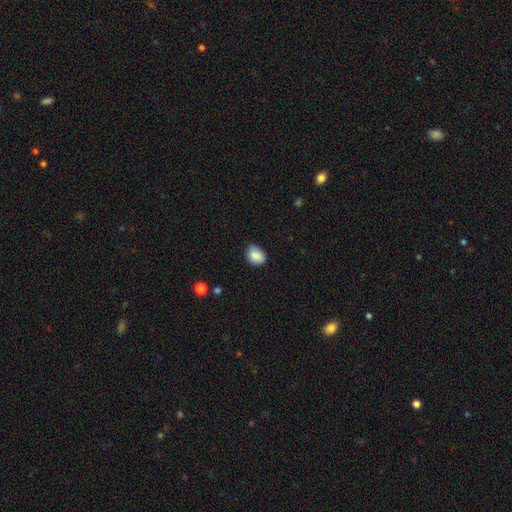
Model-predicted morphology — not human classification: The model was most divided on "how rounded": in between: 63%, round: 36%, cigar-shaped: 1%. More confident: smooth or featured — smooth (85%); merging — none (66%).